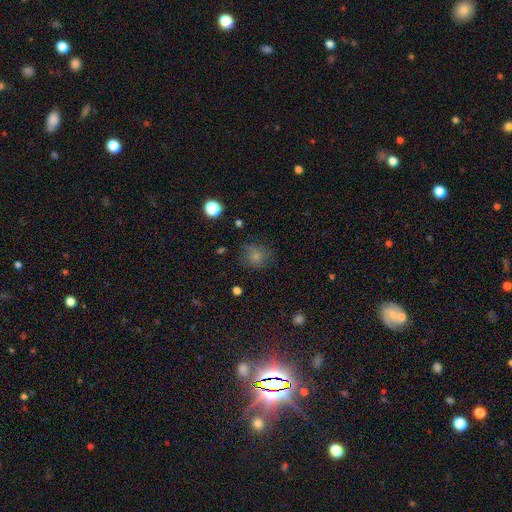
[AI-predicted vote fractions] The model was most divided on "merging": none: 70%, minor disturbance: 19%, major disturbance: 8%, merger: 2%. More confident: how rounded — round (81%); smooth or featured — smooth (76%).